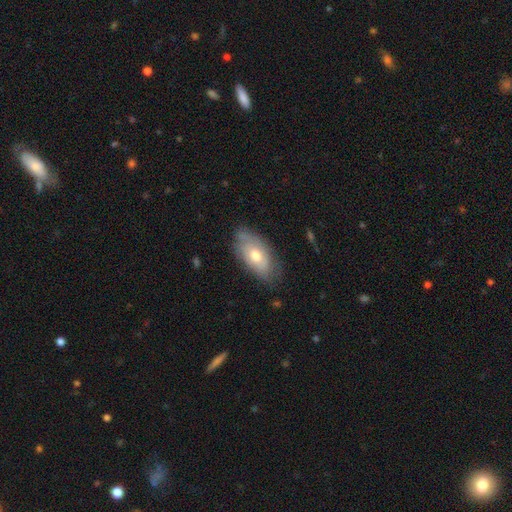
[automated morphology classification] Q: Smooth or featured?
A: smooth (52%); runner-up: featured or disk (41%)
Q: How rounded?
A: in between (91%); runner-up: round (4%)
Q: Merging?
A: none (70%); runner-up: minor disturbance (23%)